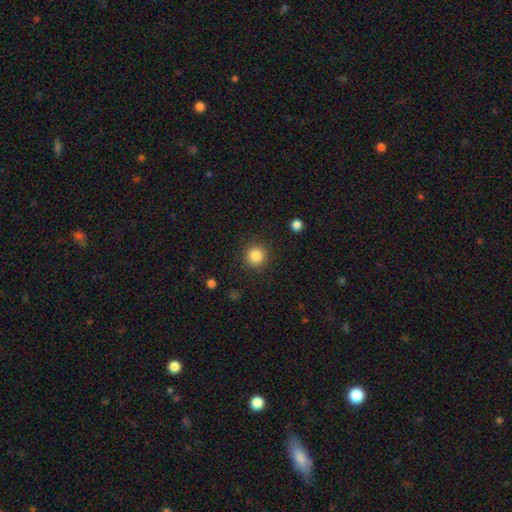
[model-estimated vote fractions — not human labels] smooth 85%, star or artifact 11%, featured or disk 5%. Down the decision tree: how rounded — round (94%); merging — none (90%).